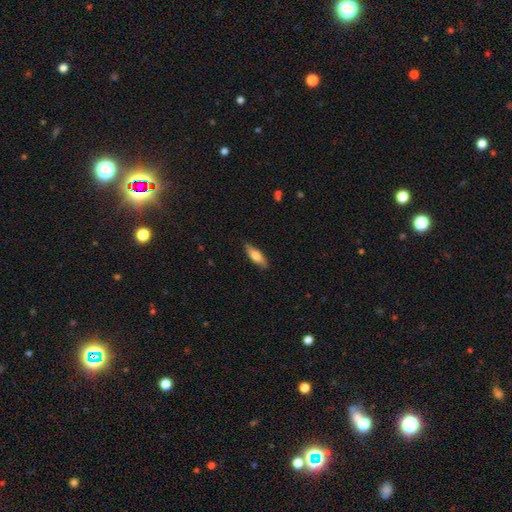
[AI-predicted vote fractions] A smooth galaxy with no disk features (71%) that is in between round and cigar-shaped (50%).

Vote fractions:
- Smooth or featured? smooth: 71% / featured or disk: 24% / star or artifact: 6%
- How rounded? in between: 50% / cigar-shaped: 48% / round: 2%
- Merging? none: 85% / minor disturbance: 12% / major disturbance: 2% / merger: 1%